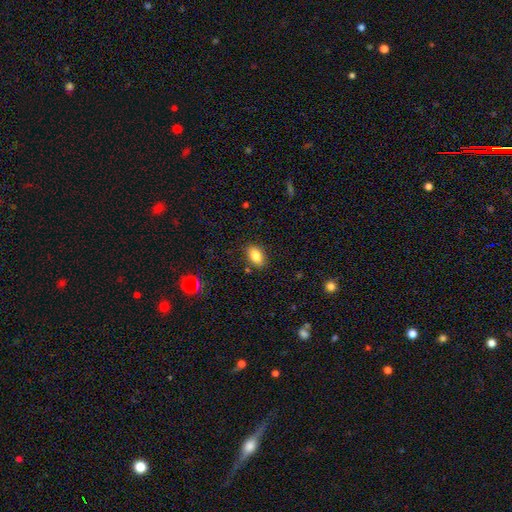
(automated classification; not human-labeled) Q: Smooth or featured?
A: smooth (83%); runner-up: star or artifact (8%)
Q: How rounded?
A: in between (88%); runner-up: round (10%)
Q: Merging?
A: none (84%); runner-up: minor disturbance (11%)